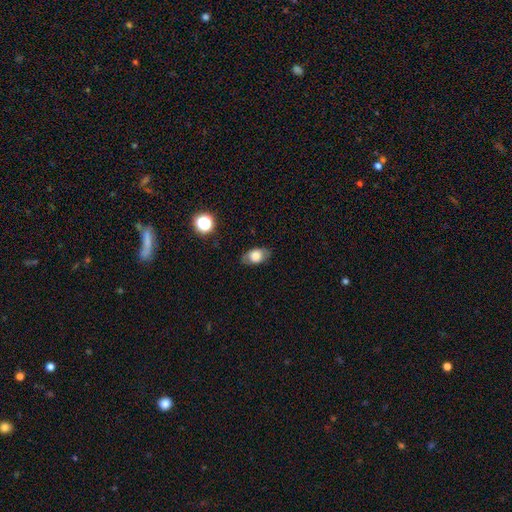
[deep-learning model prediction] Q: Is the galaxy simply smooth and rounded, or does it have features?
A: smooth — 71%.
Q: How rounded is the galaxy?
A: in between — 84%.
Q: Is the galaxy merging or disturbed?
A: none — 78%.